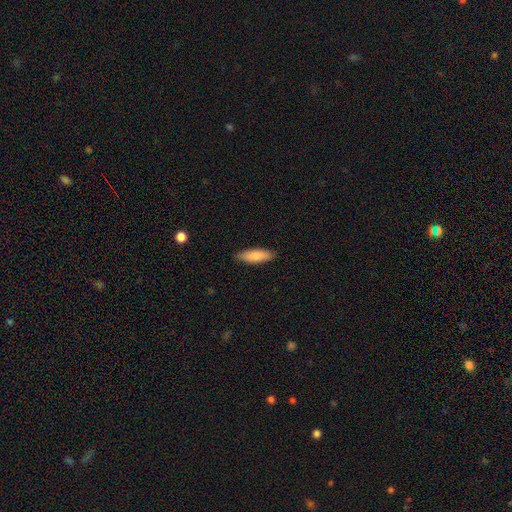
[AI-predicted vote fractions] Smooth or featured? Predicted: smooth (p=0.83). How rounded? Predicted: in between (p=0.50). Merging? Predicted: none (p=0.87).